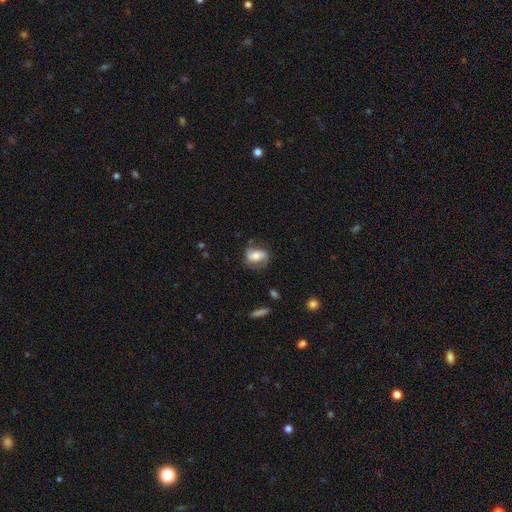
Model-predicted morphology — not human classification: Q: Smooth or featured?
A: featured or disk (48%); runner-up: smooth (45%)
Q: Merging?
A: none (64%); runner-up: minor disturbance (23%)